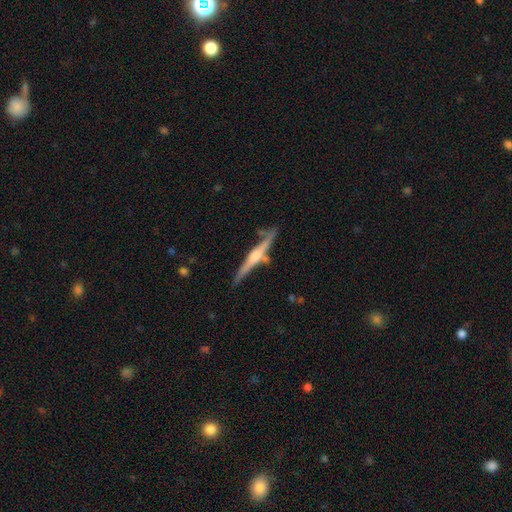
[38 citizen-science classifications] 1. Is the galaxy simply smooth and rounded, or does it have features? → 71% featured or disk, 24% smooth, 5% star or artifact.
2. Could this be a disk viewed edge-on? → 100% yes, 0% no.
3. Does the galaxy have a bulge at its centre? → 74% rounded, 15% boxy, 11% none.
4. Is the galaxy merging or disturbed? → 78% none, 19% minor disturbance, 3% merger, 0% major disturbance.